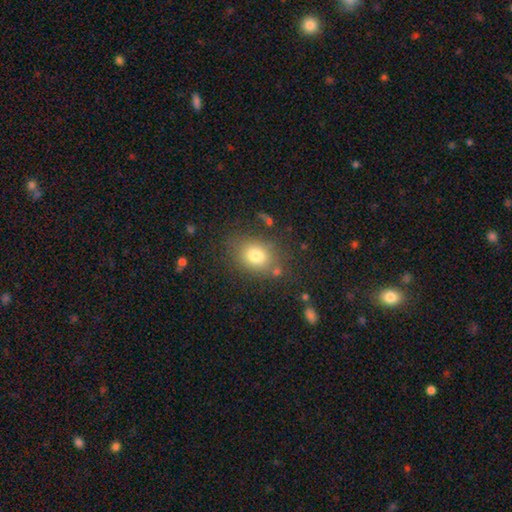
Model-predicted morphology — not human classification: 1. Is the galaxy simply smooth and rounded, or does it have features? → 77% smooth, 12% star or artifact, 11% featured or disk.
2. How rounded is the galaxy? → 51% in between, 48% round, 1% cigar-shaped.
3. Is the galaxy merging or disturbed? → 74% none, 15% minor disturbance, 6% major disturbance, 5% merger.